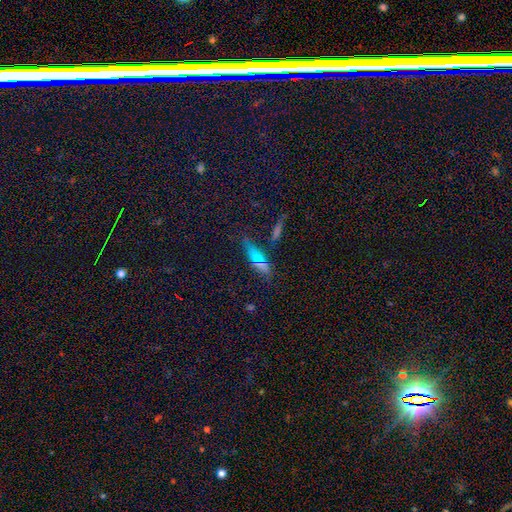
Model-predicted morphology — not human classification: Smooth or featured: smooth — 49% (star or artifact — 30%)
Merging: none — 68% (minor disturbance — 15%)